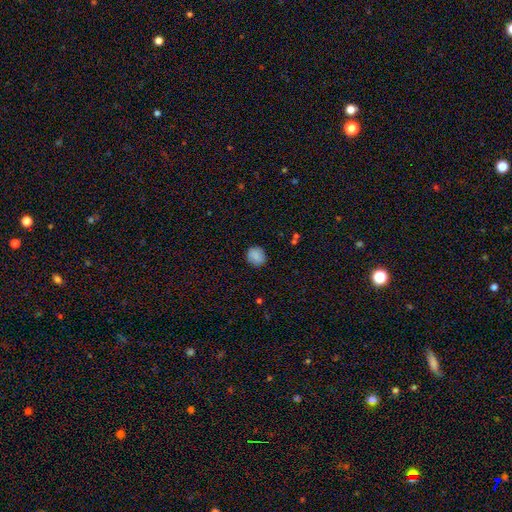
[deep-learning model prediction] Overall: smooth (86%). How rounded: round (82%). Merging: none (87%).